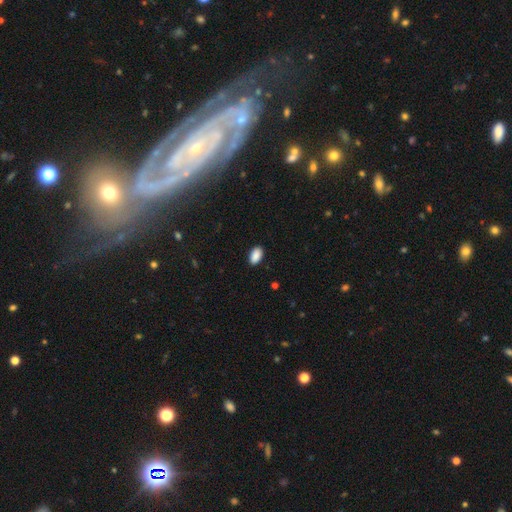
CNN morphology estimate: Smooth or featured?
  - smooth: 90% *
  - star or artifact: 7%
  - featured or disk: 3%
How rounded?
  - in between: 94% *
  - round: 4%
  - cigar-shaped: 2%
Merging?
  - none: 88% *
  - minor disturbance: 9%
  - major disturbance: 2%
  - merger: 1%